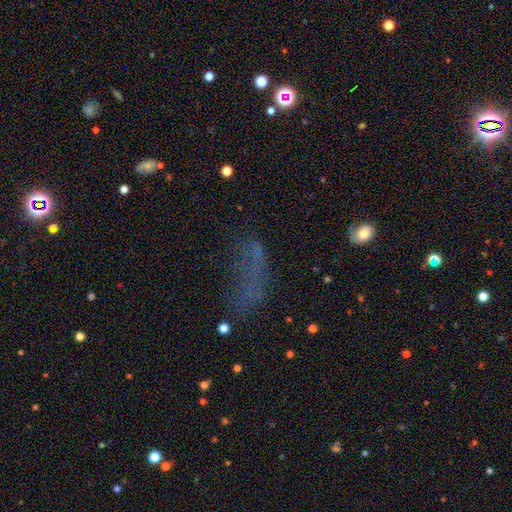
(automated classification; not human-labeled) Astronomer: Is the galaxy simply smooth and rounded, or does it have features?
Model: smooth — 45% (runner-up: featured or disk, 28%).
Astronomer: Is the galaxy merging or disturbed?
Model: major disturbance — 43% (runner-up: none, 34%).